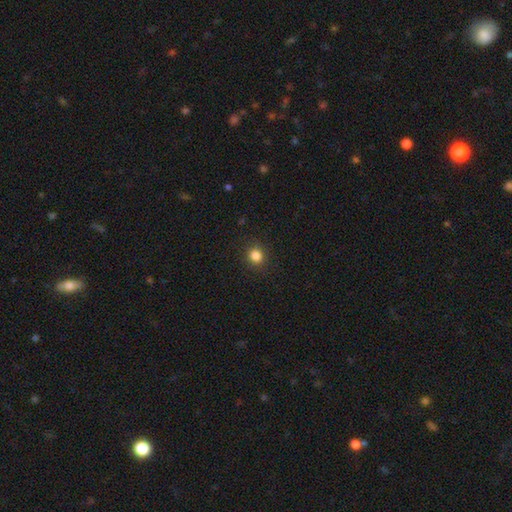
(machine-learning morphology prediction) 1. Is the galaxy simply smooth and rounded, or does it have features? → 84% smooth, 12% star or artifact, 4% featured or disk.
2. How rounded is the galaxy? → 87% round, 12% in between, 1% cigar-shaped.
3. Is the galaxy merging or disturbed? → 90% none, 7% minor disturbance, 2% major disturbance, 1% merger.